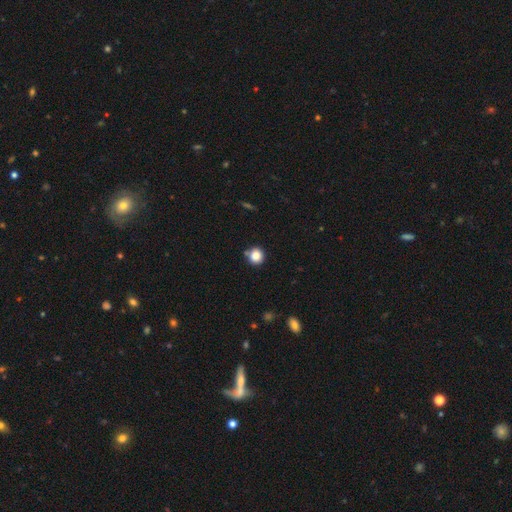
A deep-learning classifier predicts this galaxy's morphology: The model was most divided on "merging": none: 77%, minor disturbance: 12%, merger: 8%, major disturbance: 3%. More confident: how rounded — round (90%); smooth or featured — smooth (85%).